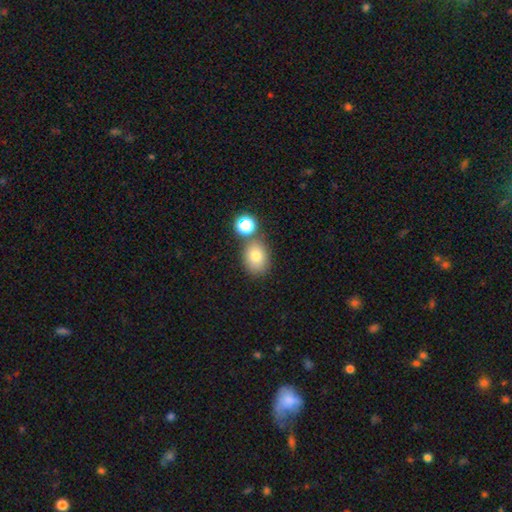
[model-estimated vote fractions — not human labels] Smooth or featured? smooth (78%)
How rounded? in between (58%)
Merging? none (68%)